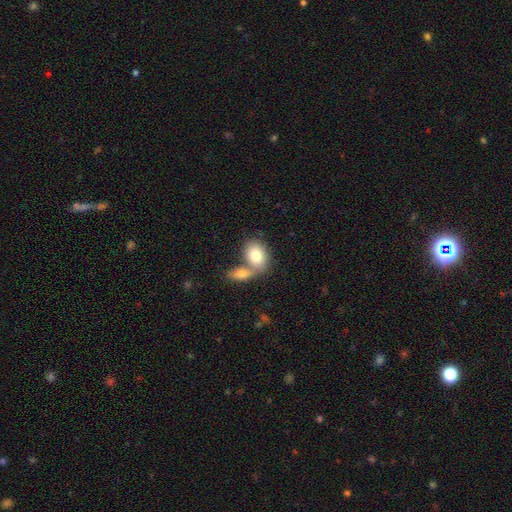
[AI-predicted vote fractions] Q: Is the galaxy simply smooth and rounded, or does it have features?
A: smooth — 80%.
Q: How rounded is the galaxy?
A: in between — 79%.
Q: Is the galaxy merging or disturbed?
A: merger — 58%.